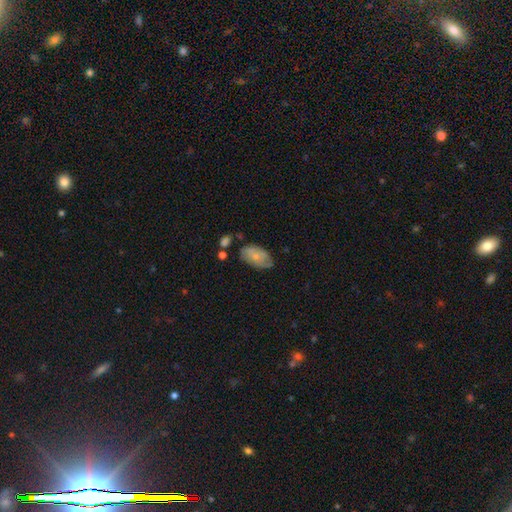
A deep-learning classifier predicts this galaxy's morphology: smooth 70%, featured or disk 24%, star or artifact 7%. Down the decision tree: how rounded — in between (92%); merging — none (60%).